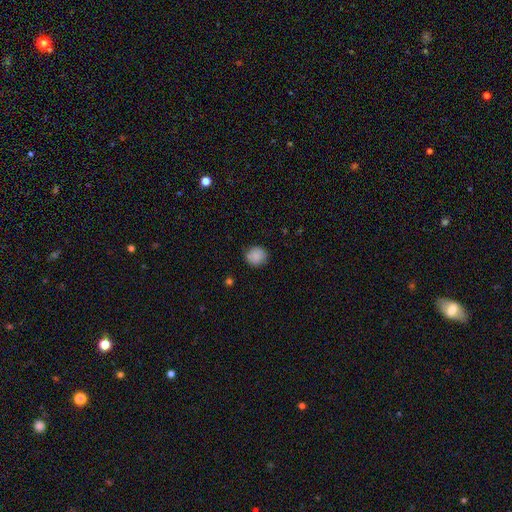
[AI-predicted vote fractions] smooth_or_featured: smooth (p=0.86) [alt: star or artifact p=0.09]
how_rounded: round (p=0.88) [alt: in between p=0.11]
merging: none (p=0.83) [alt: minor disturbance p=0.12]